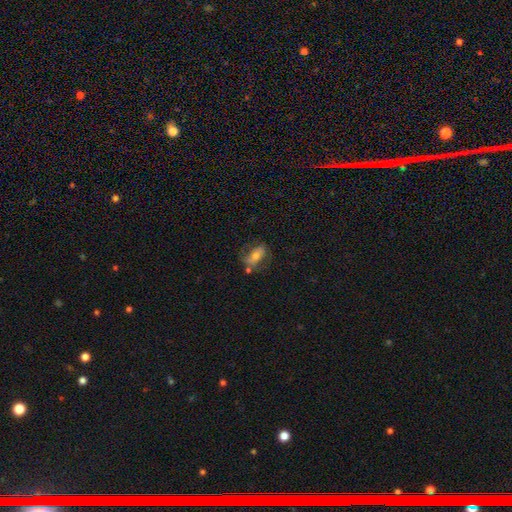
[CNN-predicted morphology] smooth-or-featured: smooth: 51% | featured or disk: 40% | star or artifact: 9%
  how-rounded: in between: 81% | cigar-shaped: 12% | round: 7%
  merging: none: 57% | minor disturbance: 22% | major disturbance: 12% | merger: 8%